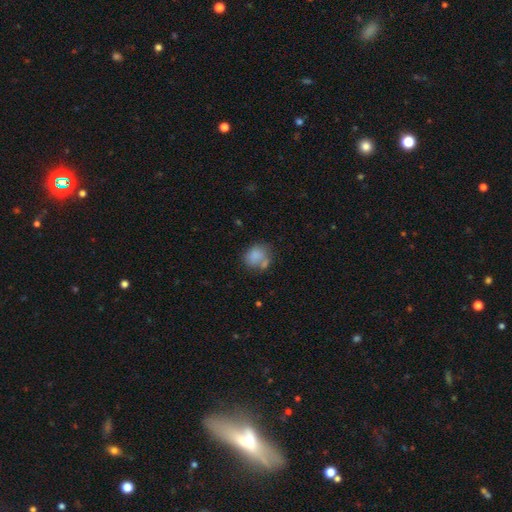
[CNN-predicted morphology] smooth 78%, featured or disk 13%, star or artifact 9%. Down the decision tree: how rounded — round (62%); merging — none (48%).